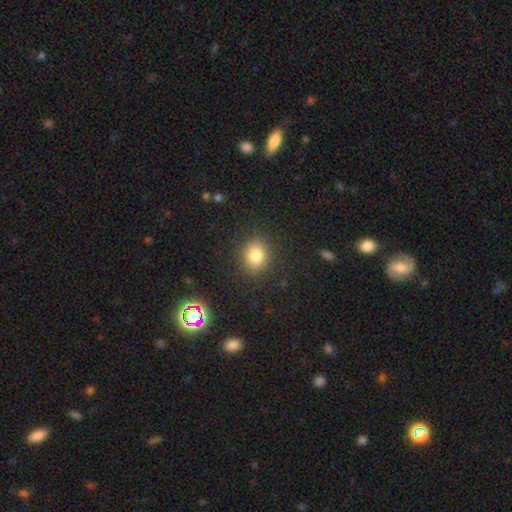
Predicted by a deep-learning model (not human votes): A smooth galaxy with no disk features (81%) that is round (63%).

Vote fractions:
- Smooth or featured? smooth: 81% / star or artifact: 12% / featured or disk: 7%
- How rounded? round: 63% / in between: 35% / cigar-shaped: 1%
- Merging? none: 87% / minor disturbance: 8% / major disturbance: 3% / merger: 1%